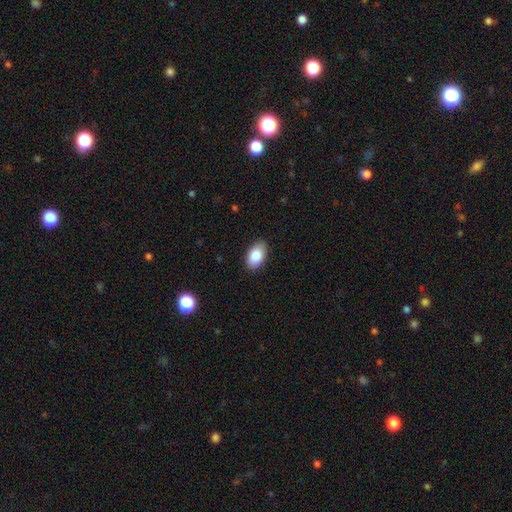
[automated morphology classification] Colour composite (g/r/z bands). It shows a smooth galaxy with no disk features (86%) that is in between round and cigar-shaped (93%). Merging: none (87%).